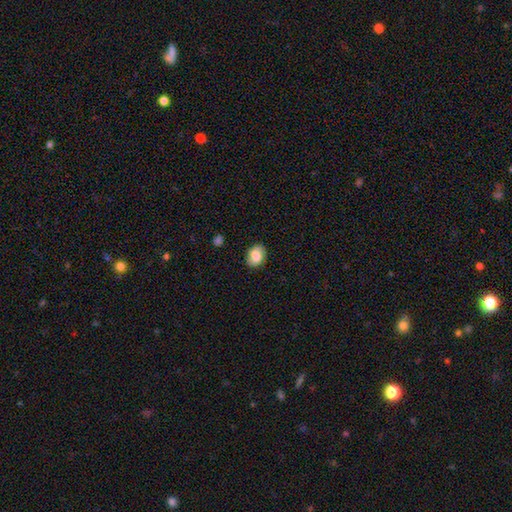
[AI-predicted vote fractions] Smooth or featured? Predicted: smooth (p=0.73). How rounded? Predicted: in between (p=0.67). Merging? Predicted: none (p=0.85).